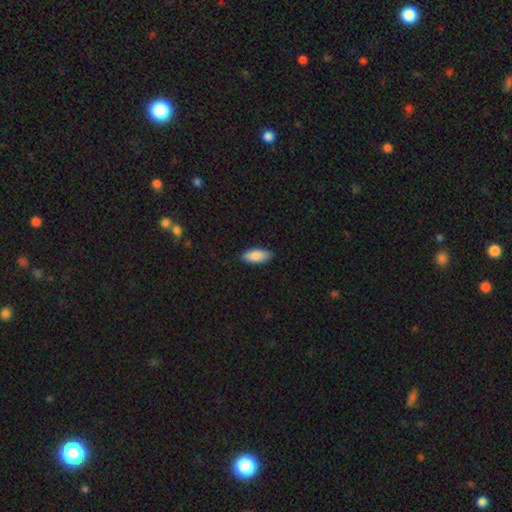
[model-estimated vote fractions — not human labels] Morphology: type=smooth (87%); roundness=in between (86%); merging=none (87%).